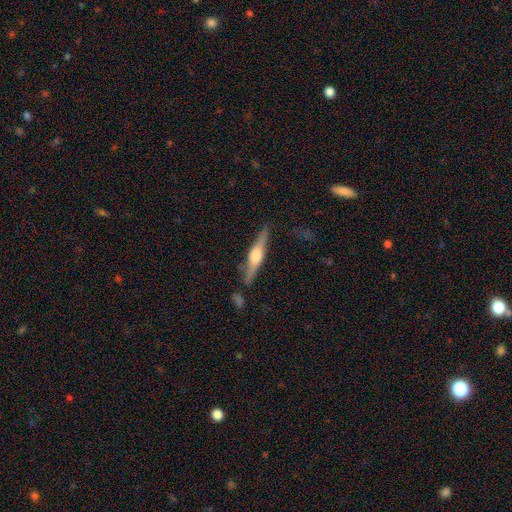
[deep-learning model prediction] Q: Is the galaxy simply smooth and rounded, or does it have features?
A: featured or disk — 74%.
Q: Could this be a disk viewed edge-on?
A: yes — 97%.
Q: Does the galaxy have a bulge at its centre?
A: rounded — 88%.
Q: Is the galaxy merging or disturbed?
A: none — 84%.